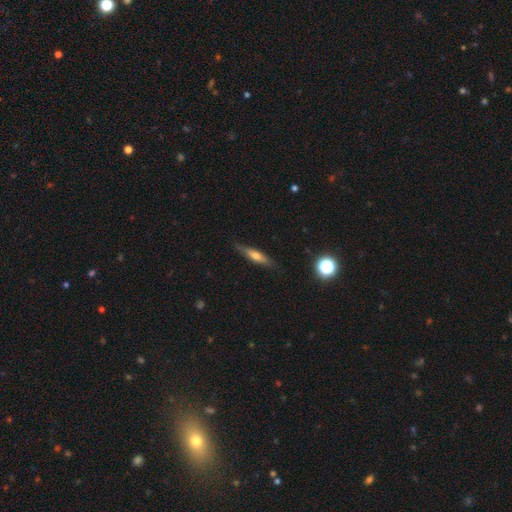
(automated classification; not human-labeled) Smooth or featured? smooth (50%)
Merging? none (82%)